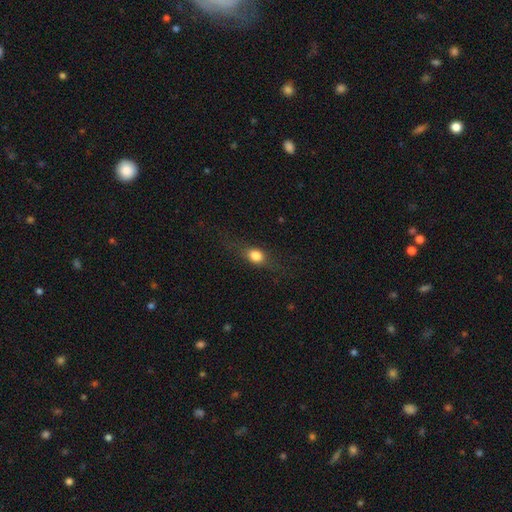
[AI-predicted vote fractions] smooth_or_featured: smooth (p=0.68) [alt: featured or disk p=0.21]
how_rounded: in between (p=0.45) [alt: round p=0.43]
merging: none (p=0.71) [alt: minor disturbance p=0.18]